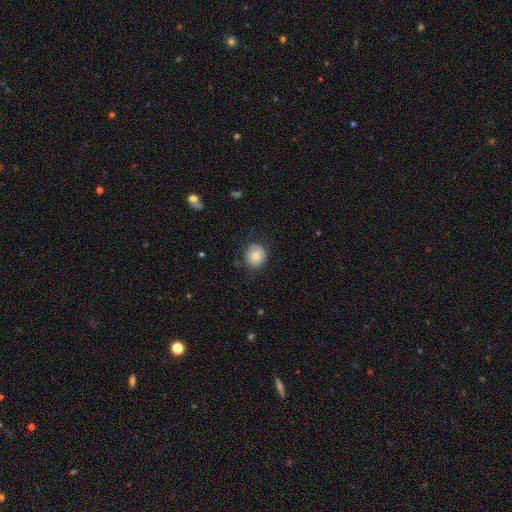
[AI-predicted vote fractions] Smooth or featured? Predicted: smooth (p=0.83). How rounded? Predicted: round (p=0.82). Merging? Predicted: none (p=0.76).